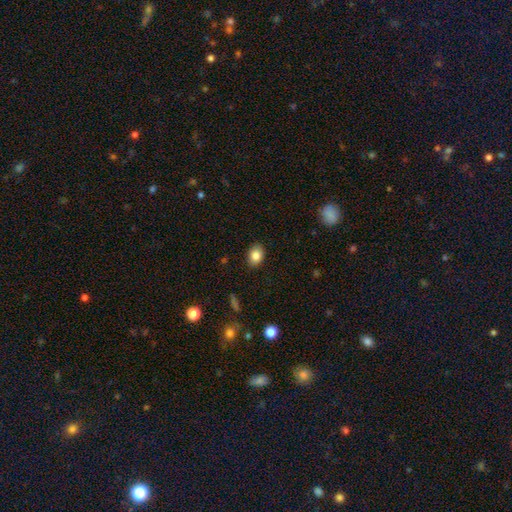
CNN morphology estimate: Q: Smooth or featured?
A: smooth (84%); runner-up: star or artifact (9%)
Q: How rounded?
A: in between (71%); runner-up: round (28%)
Q: Merging?
A: none (87%); runner-up: minor disturbance (9%)